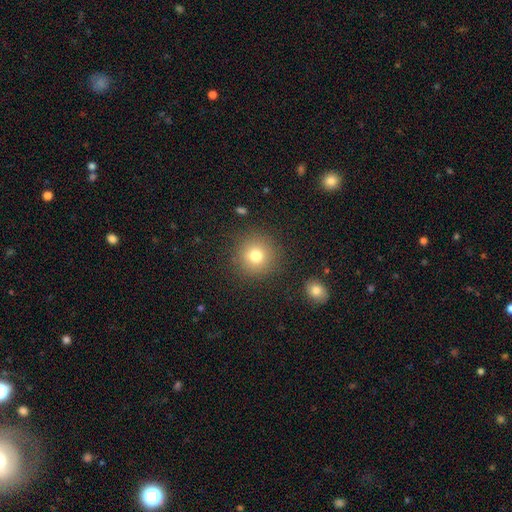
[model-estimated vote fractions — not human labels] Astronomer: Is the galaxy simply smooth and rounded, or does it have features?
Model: smooth — 77%.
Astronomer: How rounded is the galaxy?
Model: round — 94%.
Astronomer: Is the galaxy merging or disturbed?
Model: none — 88%.